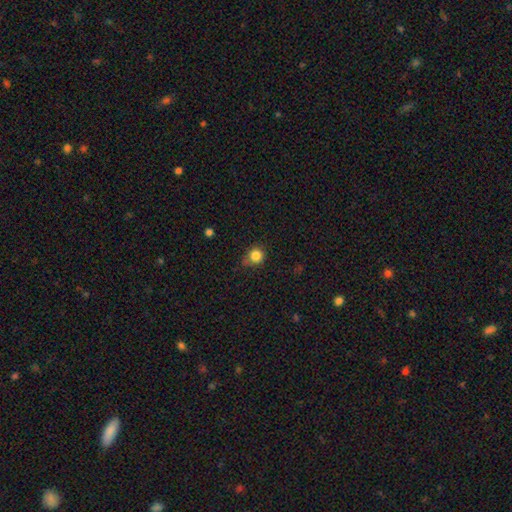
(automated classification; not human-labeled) Smooth or featured? smooth (84%)
How rounded? round (86%)
Merging? none (68%)